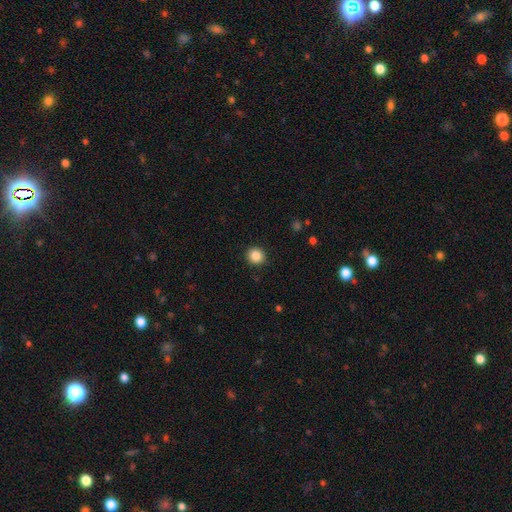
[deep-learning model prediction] A smooth galaxy with no disk features (86%) that is round (90%).

Vote fractions:
- Smooth or featured? smooth: 86% / star or artifact: 10% / featured or disk: 4%
- How rounded? round: 90% / in between: 9% / cigar-shaped: 1%
- Merging? none: 92% / minor disturbance: 5% / major disturbance: 2% / merger: 1%